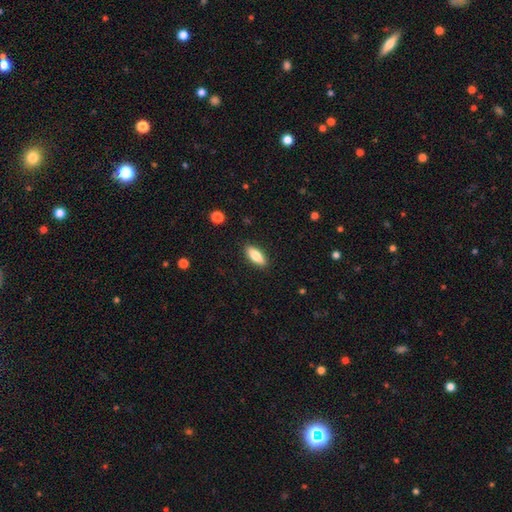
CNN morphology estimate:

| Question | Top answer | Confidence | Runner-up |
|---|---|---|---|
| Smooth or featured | smooth | 82% | featured or disk (12%) |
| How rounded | in between | 75% | cigar-shaped (23%) |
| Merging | none | 89% | minor disturbance (8%) |